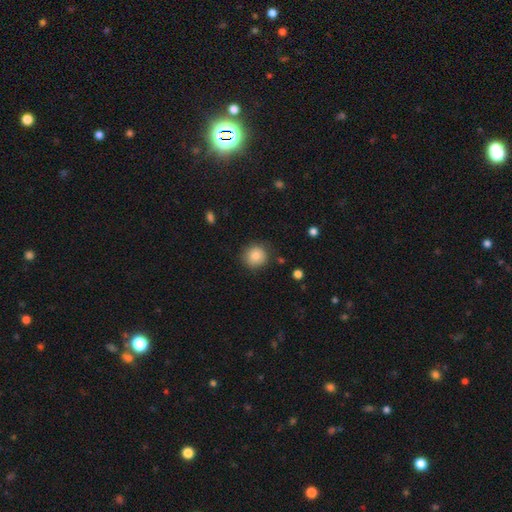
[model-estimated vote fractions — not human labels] Smooth or featured? smooth (82%)
How rounded? round (89%)
Merging? none (82%)